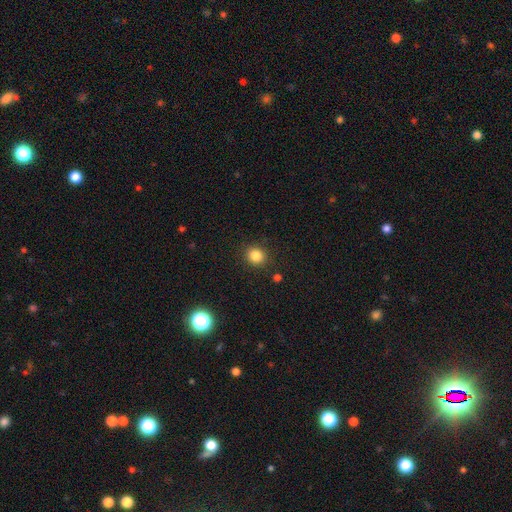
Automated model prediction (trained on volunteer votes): This is clearly a smooth galaxy (83%). How rounded: clearly round (88%). Merging: clearly none (88%).